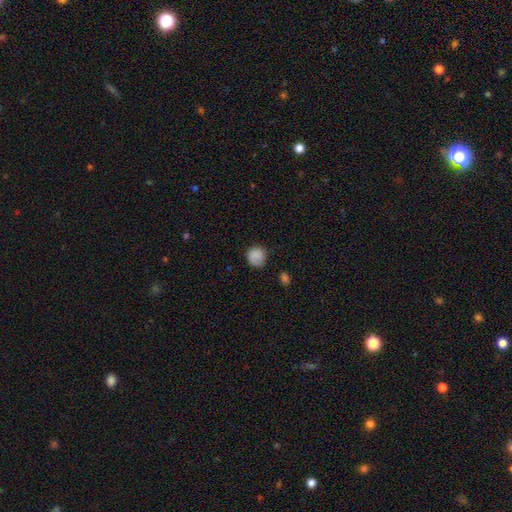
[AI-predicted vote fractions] smooth 85%, star or artifact 9%, featured or disk 6%. Down the decision tree: how rounded — round (86%); merging — none (72%).